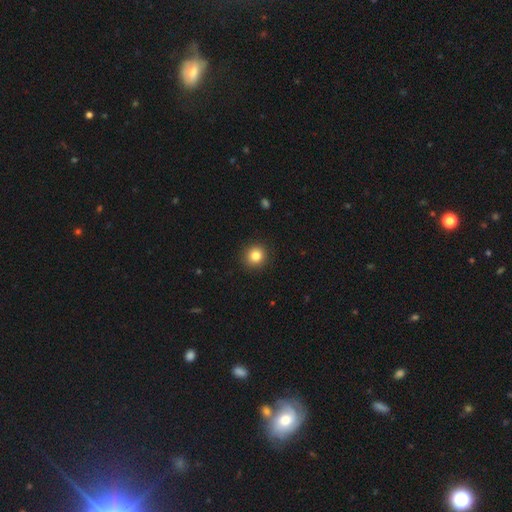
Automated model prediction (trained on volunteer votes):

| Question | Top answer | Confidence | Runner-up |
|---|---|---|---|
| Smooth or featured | smooth | 83% | star or artifact (11%) |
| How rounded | round | 93% | in between (6%) |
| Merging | none | 92% | minor disturbance (5%) |